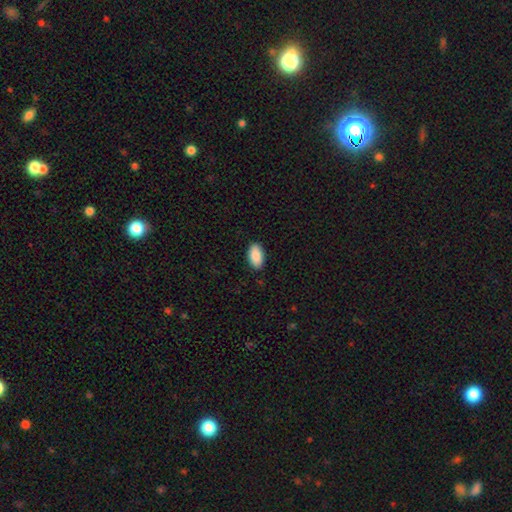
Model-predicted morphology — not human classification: Smooth or featured? Predicted: smooth (p=0.89). How rounded? Predicted: in between (p=0.95). Merging? Predicted: none (p=0.88).